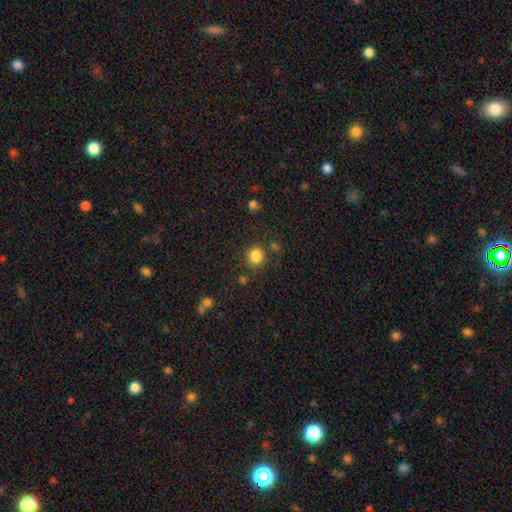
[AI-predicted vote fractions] Smooth or featured? Predicted: smooth (p=0.84). How rounded? Predicted: round (p=0.82). Merging? Predicted: none (p=0.80).